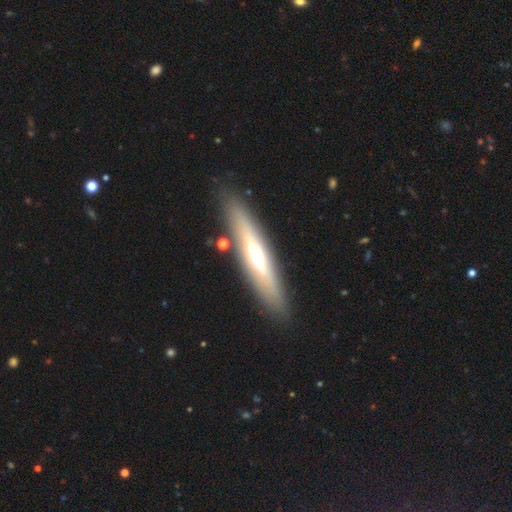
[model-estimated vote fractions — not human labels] The model was most divided on "smooth or featured": featured or disk: 58%, smooth: 34%, star or artifact: 8%. More confident: merging — none (85%); edge-on disk — yes (81%).